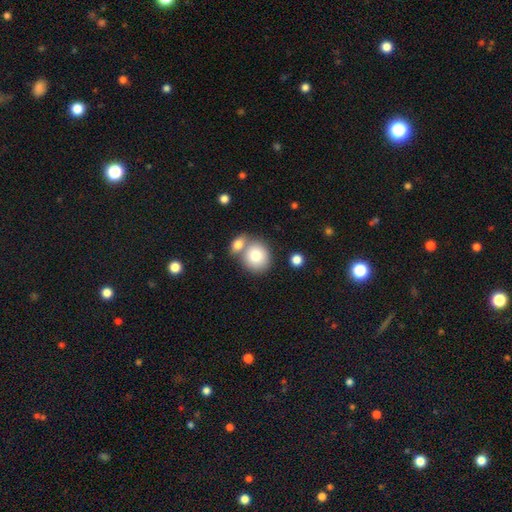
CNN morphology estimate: This is likely a smooth galaxy (79%). How rounded: likely round (79%). Merging: possibly none (48%).